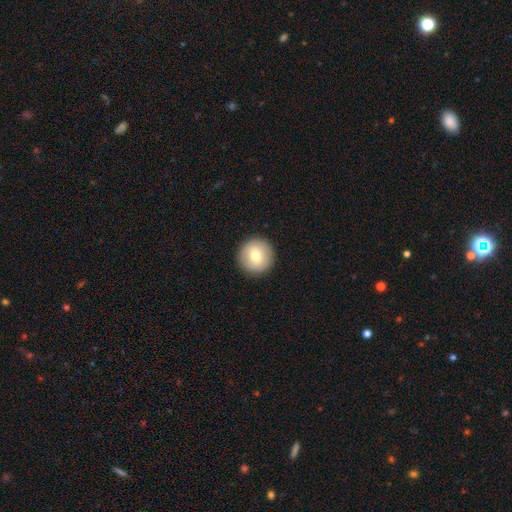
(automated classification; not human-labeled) The model was most divided on "smooth or featured": smooth: 74%, featured or disk: 18%, star or artifact: 8%. More confident: how rounded — round (96%); merging — none (92%).